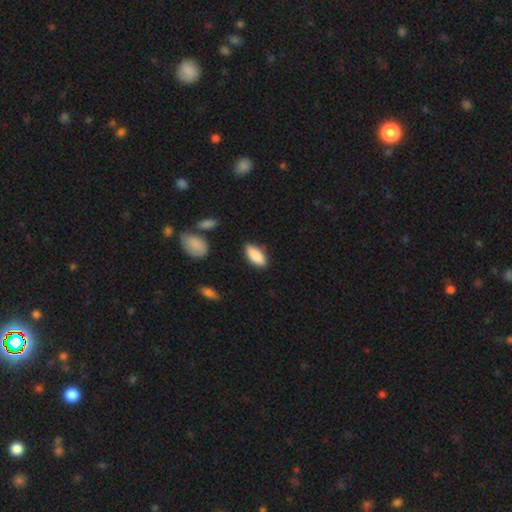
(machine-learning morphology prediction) This is clearly a smooth galaxy (85%). How rounded: clearly in between (84%). Merging: clearly none (80%).